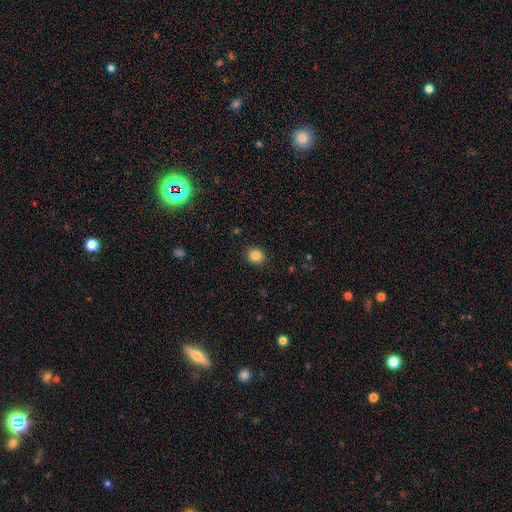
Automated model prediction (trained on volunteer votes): Morphology: type=smooth (85%); roundness=round (67%); merging=none (90%).